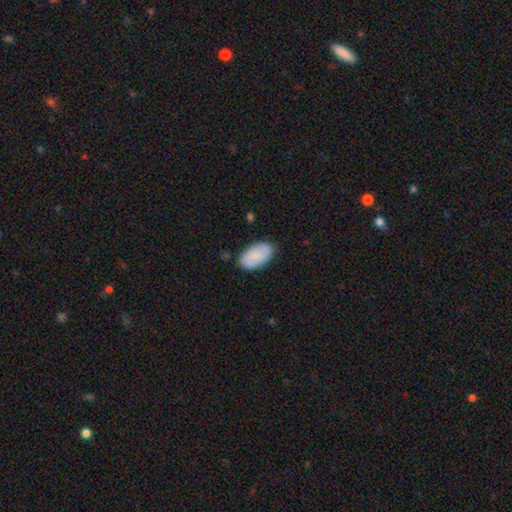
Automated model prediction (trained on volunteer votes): smooth_or_featured: smooth (p=0.76) [alt: featured or disk p=0.17]
how_rounded: in between (p=0.95) [alt: round p=0.04]
merging: none (p=0.84) [alt: minor disturbance p=0.12]